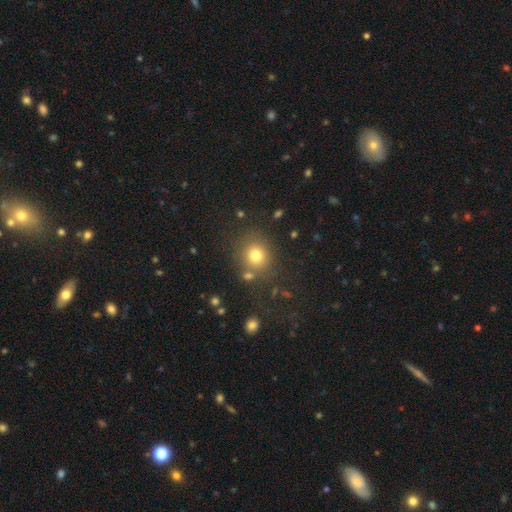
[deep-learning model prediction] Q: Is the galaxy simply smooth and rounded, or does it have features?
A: smooth — 76%.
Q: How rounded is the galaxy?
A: round — 82%.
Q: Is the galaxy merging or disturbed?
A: none — 77%.